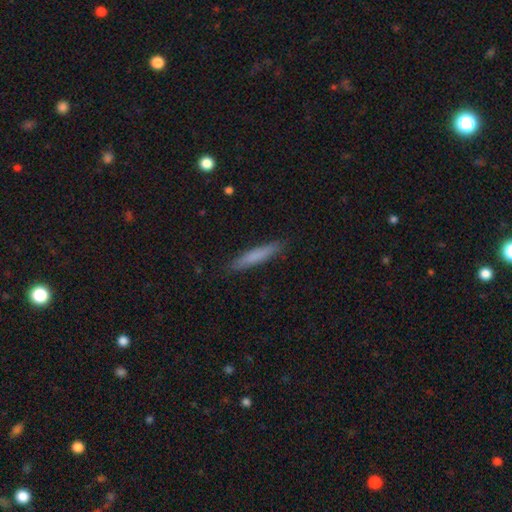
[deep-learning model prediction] Smooth or featured: smooth — 76% (featured or disk — 18%)
How rounded: cigar-shaped — 93% (in between — 6%)
Merging: none — 89% (minor disturbance — 8%)